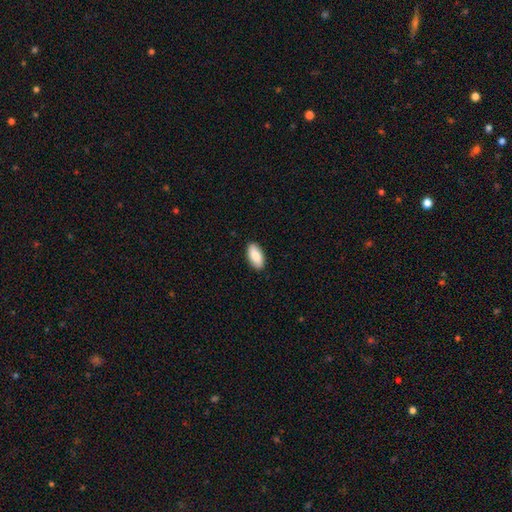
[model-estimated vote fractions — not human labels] Morphology: type=smooth (84%); roundness=in between (91%); merging=none (90%).